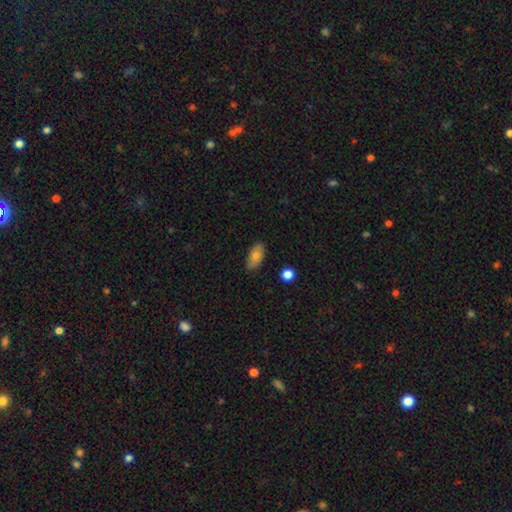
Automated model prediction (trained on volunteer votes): Smooth or featured: smooth — 79% (featured or disk — 14%)
How rounded: in between — 89% (cigar-shaped — 7%)
Merging: none — 86% (minor disturbance — 10%)